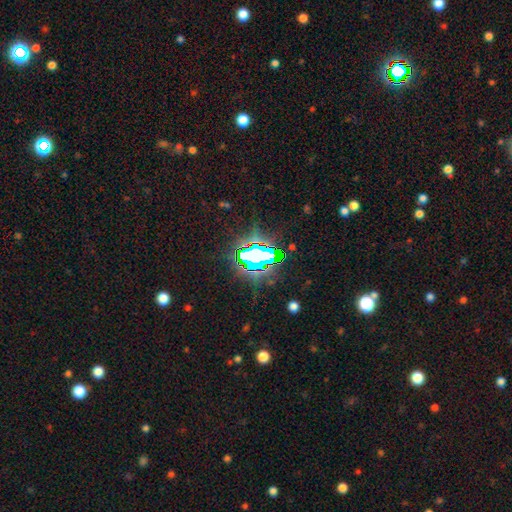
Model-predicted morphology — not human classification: Overall: star or artifact (73%).